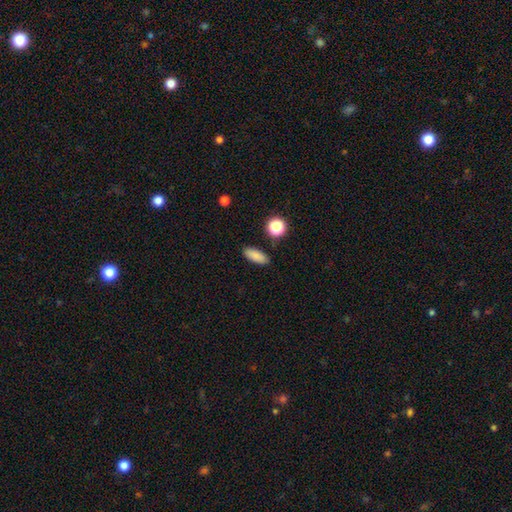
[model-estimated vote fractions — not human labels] This is clearly a smooth galaxy (86%). How rounded: likely in between (72%). Merging: clearly none (88%).